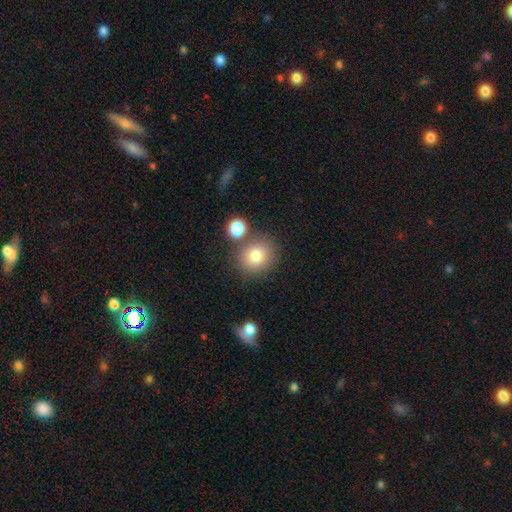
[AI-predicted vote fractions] A smooth galaxy with no disk features (80%) that is round (79%).

Vote fractions:
- Smooth or featured? smooth: 80% / star or artifact: 10% / featured or disk: 9%
- How rounded? round: 79% / in between: 20% / cigar-shaped: 1%
- Merging? none: 69% / merger: 18% / minor disturbance: 10% / major disturbance: 4%